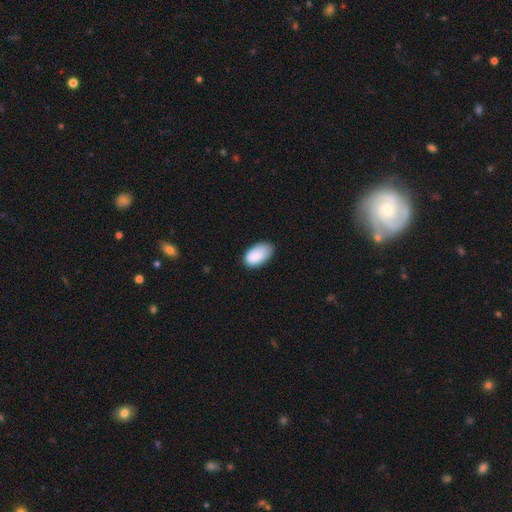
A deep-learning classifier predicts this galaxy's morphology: type=smooth (88%); roundness=in between (95%); merging=none (71%).